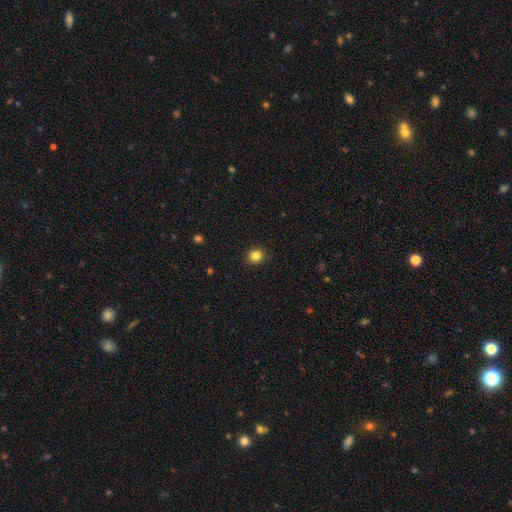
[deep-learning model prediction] The model was most divided on "how rounded": round: 83%, in between: 16%, cigar-shaped: 1%. More confident: merging — none (91%); smooth or featured — smooth (84%).